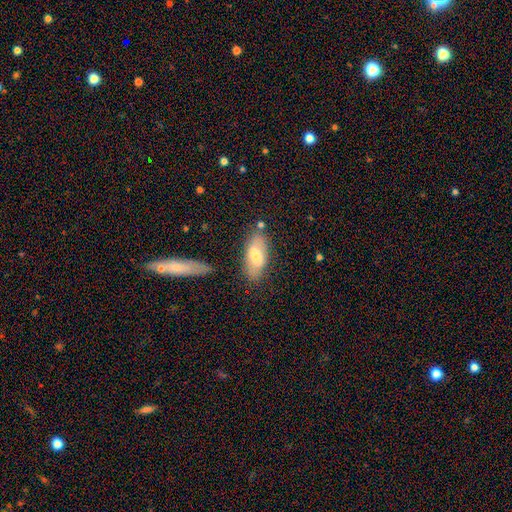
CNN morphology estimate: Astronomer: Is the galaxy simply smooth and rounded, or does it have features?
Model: smooth — 60%.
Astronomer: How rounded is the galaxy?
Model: in between — 77%.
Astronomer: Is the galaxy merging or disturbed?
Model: none — 73%.